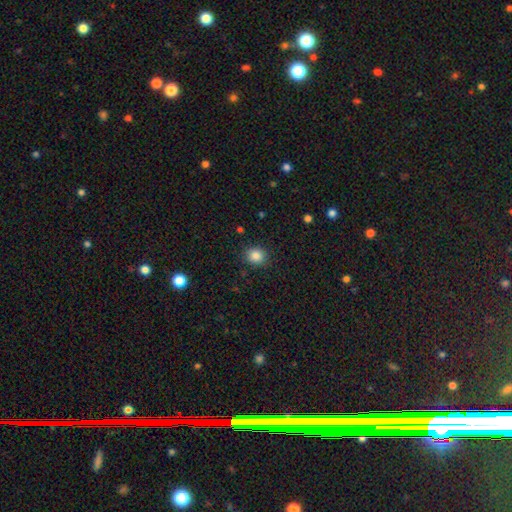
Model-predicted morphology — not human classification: A smooth galaxy with no disk features (85%) that is round (81%).

Vote fractions:
- Smooth or featured? smooth: 85% / star or artifact: 11% / featured or disk: 4%
- How rounded? round: 81% / in between: 18% / cigar-shaped: 1%
- Merging? none: 89% / minor disturbance: 8% / major disturbance: 3% / merger: 1%